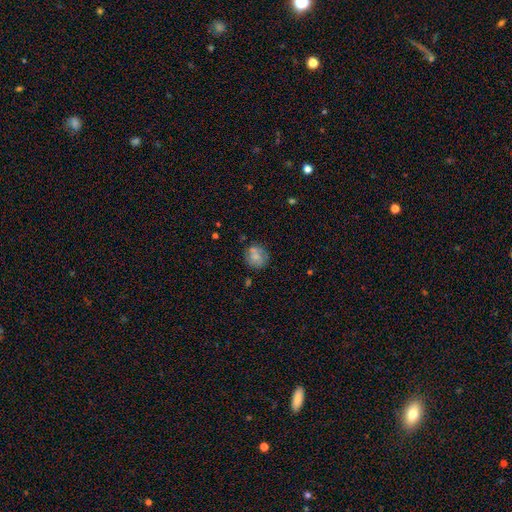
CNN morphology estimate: smooth 66%, featured or disk 25%, star or artifact 10%. Down the decision tree: how rounded — round (79%); merging — none (64%).